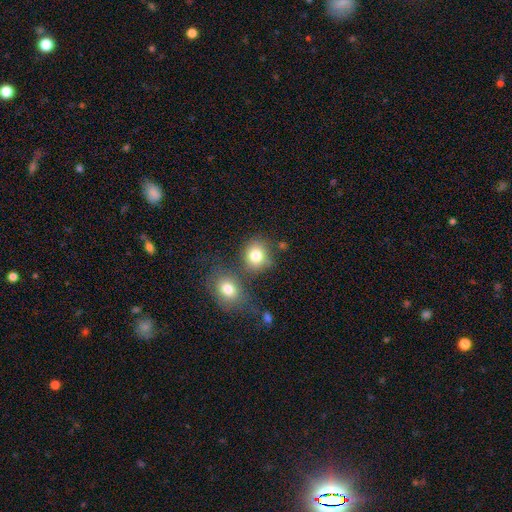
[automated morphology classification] Smooth or featured: smooth — 80% (star or artifact — 11%)
How rounded: round — 69% (in between — 30%)
Merging: none — 62% (merger — 21%)